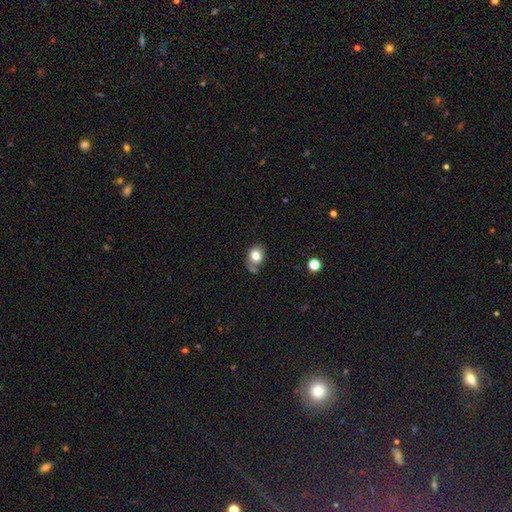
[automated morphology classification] Smooth or featured? smooth (78%)
How rounded? in between (55%)
Merging? none (52%)